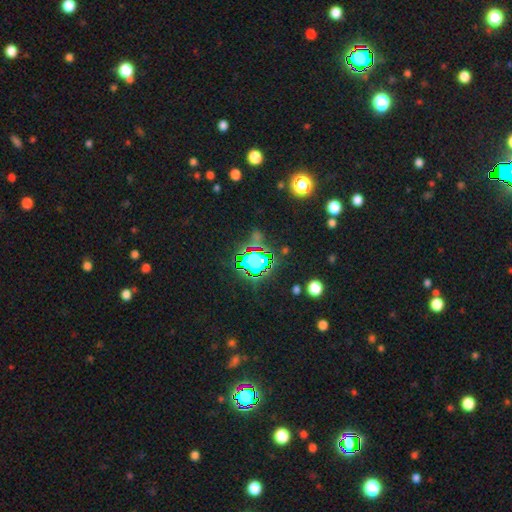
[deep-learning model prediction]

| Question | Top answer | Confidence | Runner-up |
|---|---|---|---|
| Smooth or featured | star or artifact | 81% | smooth (12%) |